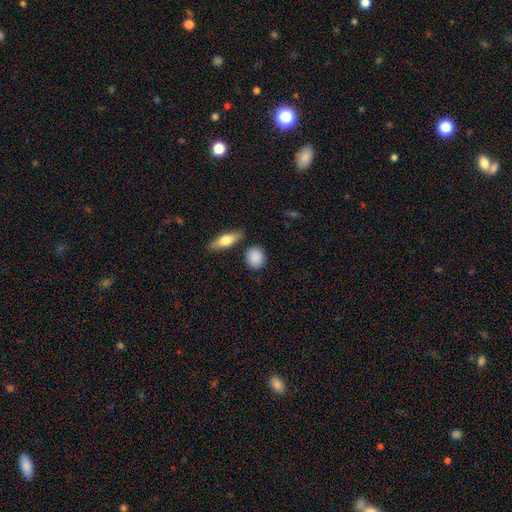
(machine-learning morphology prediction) A smooth galaxy with no disk features (87%) that is round (54%).

Vote fractions:
- Smooth or featured? smooth: 87% / featured or disk: 6% / star or artifact: 6%
- How rounded? round: 54% / in between: 42% / cigar-shaped: 4%
- Merging? none: 81% / minor disturbance: 11% / merger: 5% / major disturbance: 3%